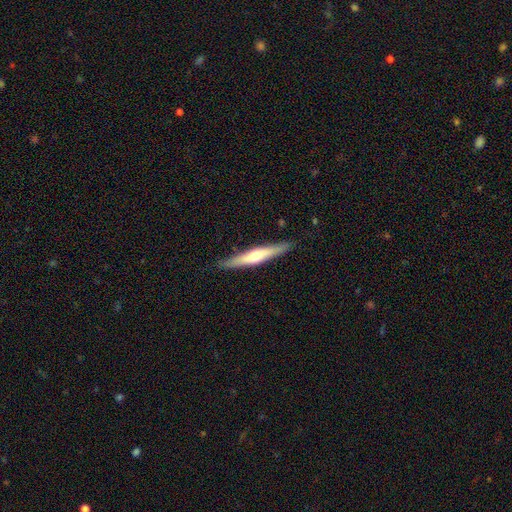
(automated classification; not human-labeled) Overall: featured or disk (57%; smooth 38%). Edge-on disk: yes (95%). Edge-on bulge: rounded (83%). Merging: none (88%).